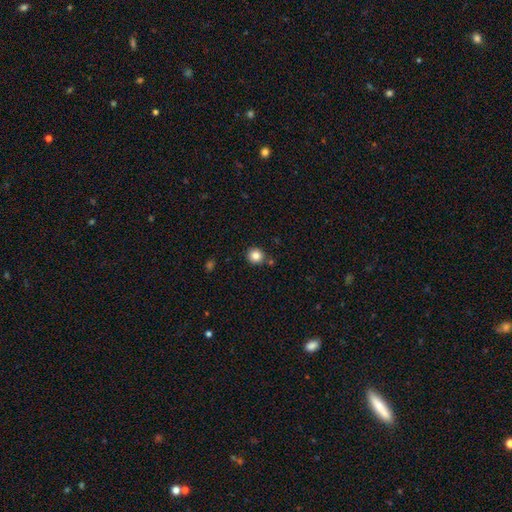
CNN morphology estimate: Overall: smooth (84%). How rounded: round (92%). Merging: none (84%).